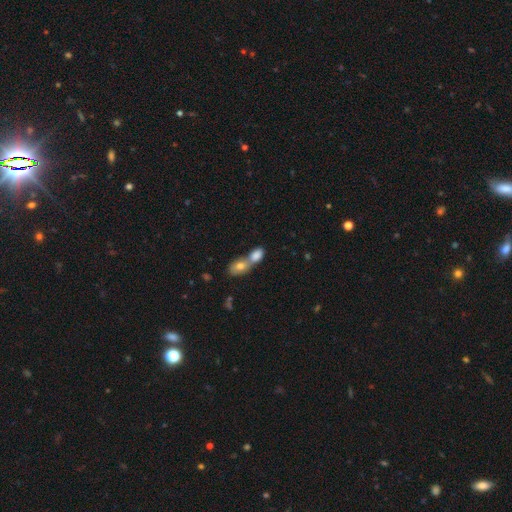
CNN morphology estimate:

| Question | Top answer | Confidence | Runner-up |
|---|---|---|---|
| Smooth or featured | smooth | 80% | featured or disk (13%) |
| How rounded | in between | 84% | round (12%) |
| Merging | merger | 76% | none (16%) |